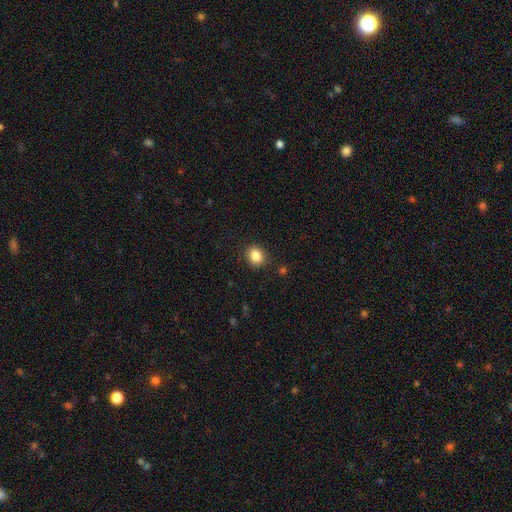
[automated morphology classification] Smooth or featured?
  - smooth: 85% *
  - star or artifact: 10%
  - featured or disk: 5%
How rounded?
  - round: 66% *
  - in between: 33%
  - cigar-shaped: 1%
Merging?
  - none: 88% *
  - minor disturbance: 8%
  - major disturbance: 2%
  - merger: 1%